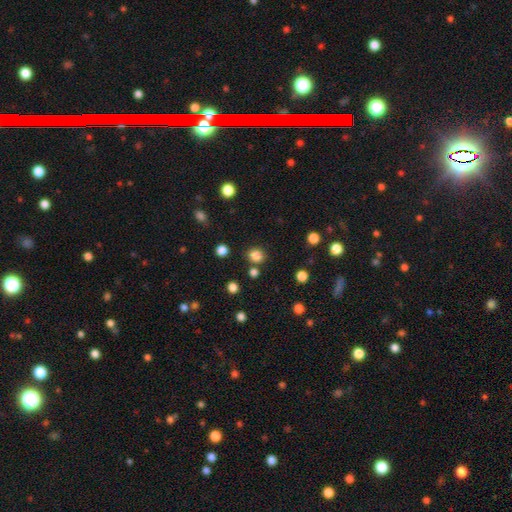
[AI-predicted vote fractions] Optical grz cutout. It shows a smooth galaxy with no disk features (83%) that is round (70%). Merging: none (81%).